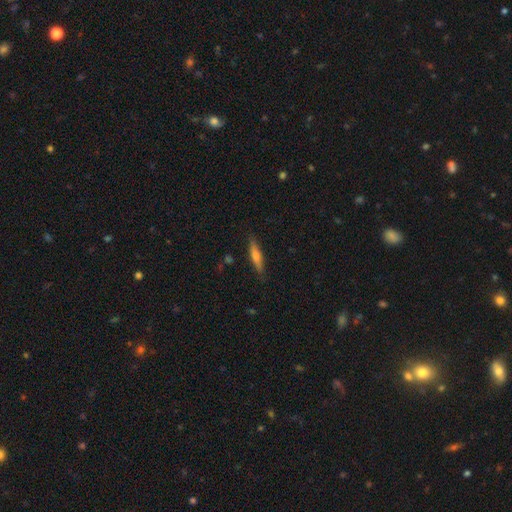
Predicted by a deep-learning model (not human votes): smooth-or-featured: smooth: 50% | featured or disk: 44% | star or artifact: 7%
  merging: none: 87% | minor disturbance: 9% | major disturbance: 2% | merger: 1%